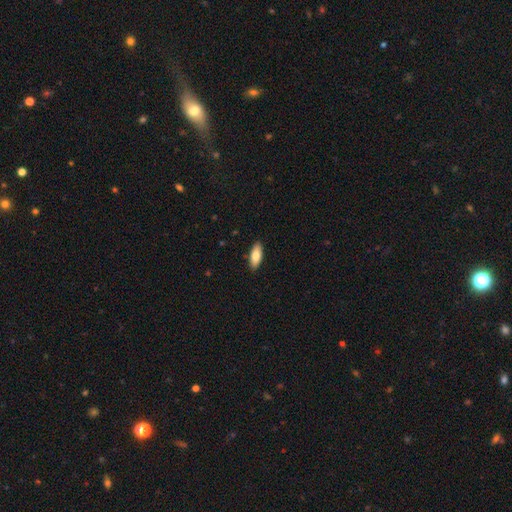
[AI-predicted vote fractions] Smooth or featured: smooth — 79% (featured or disk — 15%)
How rounded: in between — 74% (cigar-shaped — 24%)
Merging: none — 89% (minor disturbance — 8%)